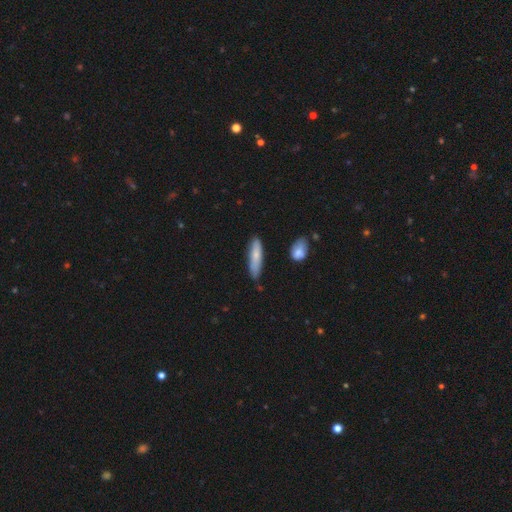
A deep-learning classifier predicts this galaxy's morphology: A smooth galaxy with no disk features (74%) that is cigar-shaped (73%).

Vote fractions:
- Smooth or featured? smooth: 74% / featured or disk: 20% / star or artifact: 6%
- How rounded? cigar-shaped: 73% / in between: 25% / round: 2%
- Merging? none: 77% / minor disturbance: 17% / merger: 3% / major disturbance: 3%